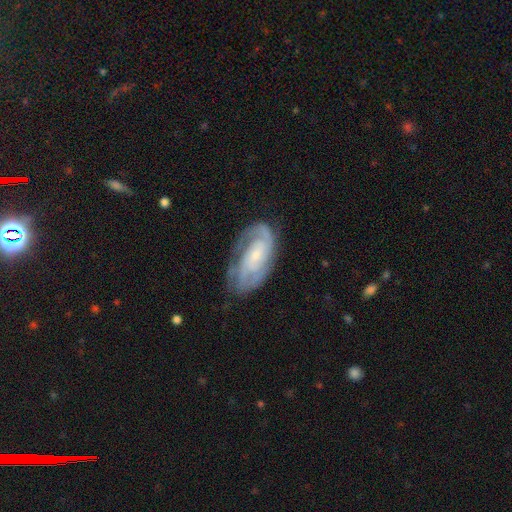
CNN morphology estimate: Smooth or featured: featured or disk — 82% (smooth — 13%)
Edge-on disk: no — 96% (yes — 4%)
Bar: no — 60% (weak — 31%)
Spiral arms: yes — 94% (no — 6%)
Spiral winding: tight — 55% (medium — 35%)
Spiral arm count: 2 — 47% (can't tell — 26%)
Bulge size: small — 67% (moderate — 24%)
Merging: none — 65% (minor disturbance — 22%)